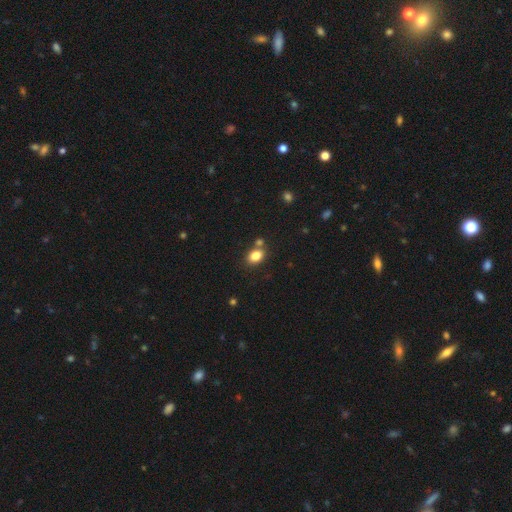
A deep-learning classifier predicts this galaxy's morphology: Q: Smooth or featured?
A: smooth (83%); runner-up: star or artifact (10%)
Q: How rounded?
A: in between (71%); runner-up: round (28%)
Q: Merging?
A: none (69%); runner-up: merger (17%)